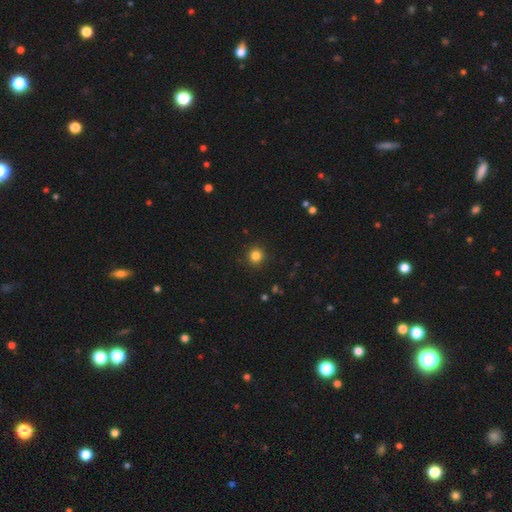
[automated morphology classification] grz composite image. It shows a smooth galaxy with no disk features (84%) that is round (94%). Merging: none (91%).